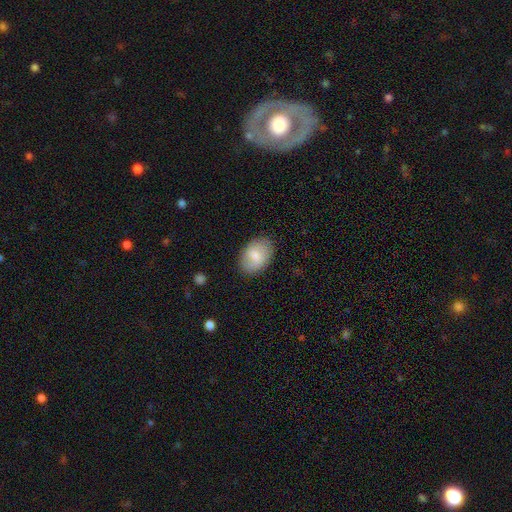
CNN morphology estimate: The model was most divided on "smooth or featured": smooth: 74%, featured or disk: 19%, star or artifact: 6%. More confident: how rounded — in between (86%); merging — none (83%).